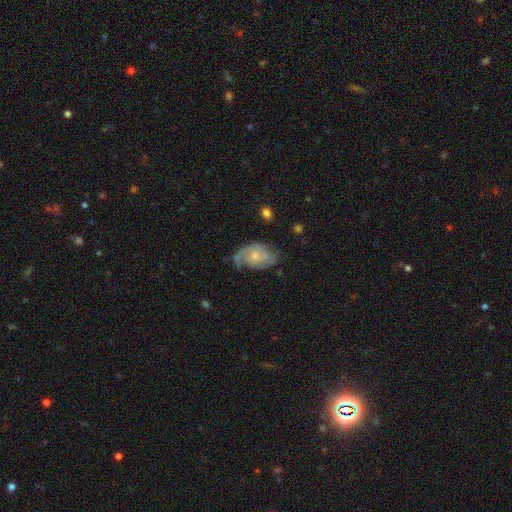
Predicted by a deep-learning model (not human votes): This is likely a featured or disk galaxy (67%). It is clearly not viewed edge-on (96%). Bar: likely no (71%). Spiral arm pattern: clearly yes (85%). Spiral arm count: possibly 2 (47%). Spiral winding: marginally medium (42%). Central bulge: possibly small (52%). Merging: possibly none (47%).